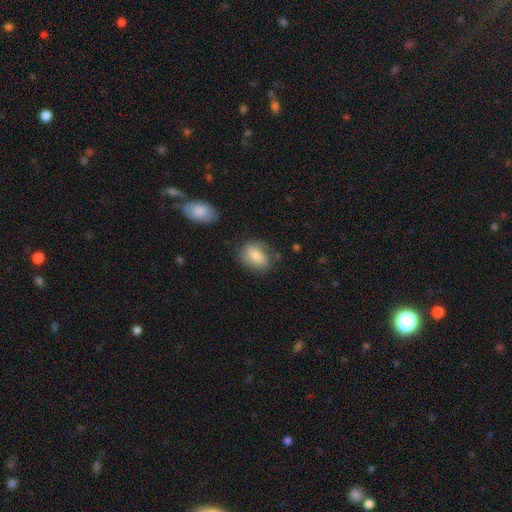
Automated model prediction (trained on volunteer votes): Smooth or featured: smooth — 70% (featured or disk — 23%)
How rounded: in between — 77% (round — 21%)
Merging: none — 58% (minor disturbance — 26%)